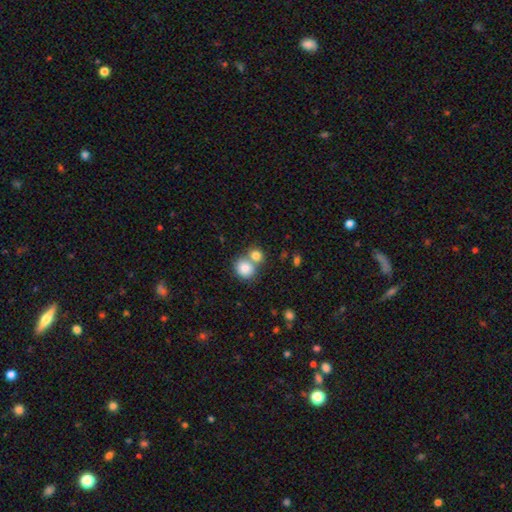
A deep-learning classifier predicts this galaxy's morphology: smooth 82%, star or artifact 9%, featured or disk 9%. Down the decision tree: how rounded — round (79%); merging — merger (52%).